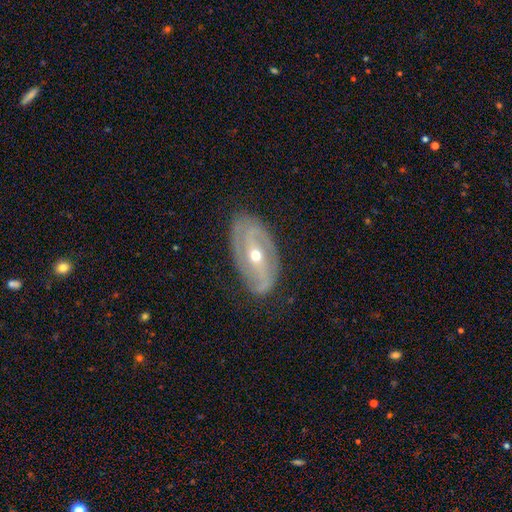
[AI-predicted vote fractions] featured or disk 84%, smooth 10%, star or artifact 6%. Down the decision tree: edge-on disk — no (93%); bar — weak (37%); spiral arms — yes (91%); spiral arm count — 2 (75%); spiral winding — medium (41%); bulge size — moderate (57%); merging — none (78%).